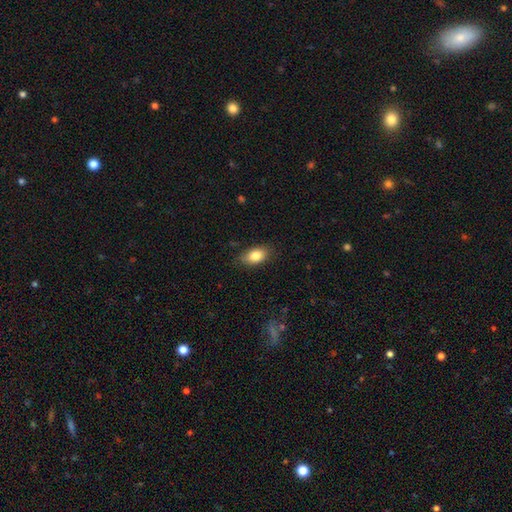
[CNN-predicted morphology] A smooth galaxy with no disk features (84%) that is in between round and cigar-shaped (88%).

Vote fractions:
- Smooth or featured? smooth: 84% / featured or disk: 9% / star or artifact: 8%
- How rounded? in between: 88% / round: 8% / cigar-shaped: 3%
- Merging? none: 83% / minor disturbance: 13% / major disturbance: 3% / merger: 1%